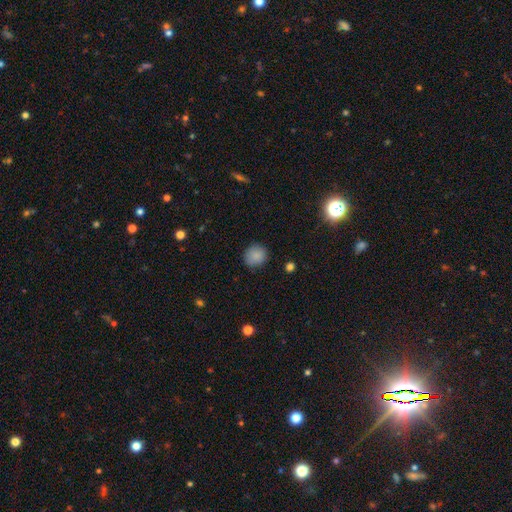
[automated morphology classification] A smooth galaxy with no disk features (86%) that is round (88%).

Vote fractions:
- Smooth or featured? smooth: 86% / star or artifact: 9% / featured or disk: 5%
- How rounded? round: 88% / in between: 11% / cigar-shaped: 1%
- Merging? none: 85% / minor disturbance: 11% / major disturbance: 3% / merger: 1%